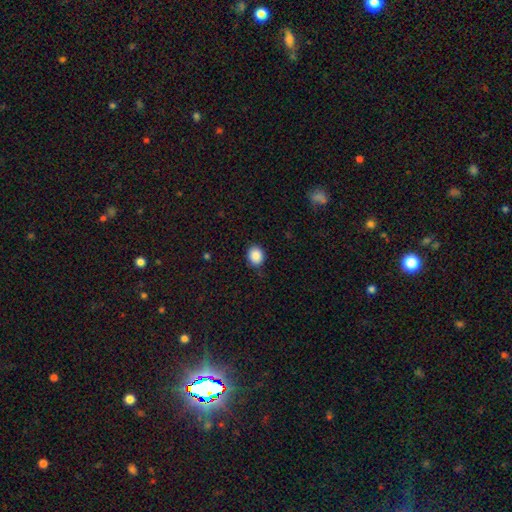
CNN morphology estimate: smooth_or_featured: smooth (p=0.88) [alt: star or artifact p=0.09]
how_rounded: round (p=0.68) [alt: in between p=0.31]
merging: none (p=0.85) [alt: minor disturbance p=0.11]